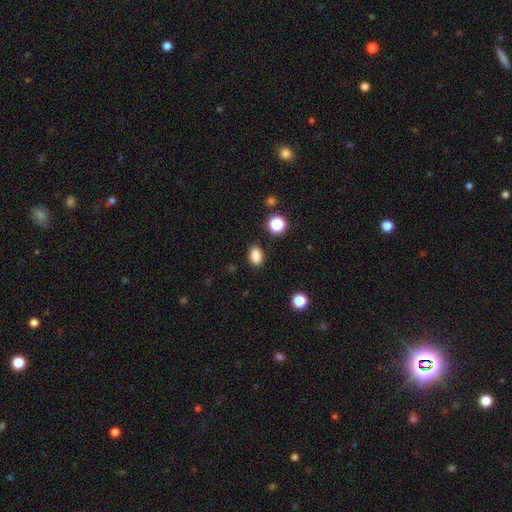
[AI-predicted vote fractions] A smooth galaxy with no disk features (86%) that is in between round and cigar-shaped (82%). Merging: none (87%).